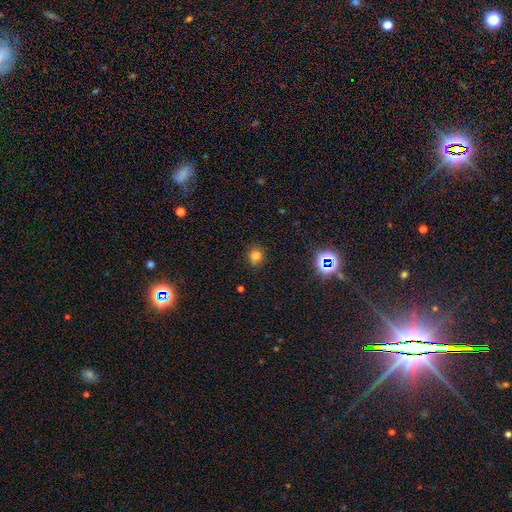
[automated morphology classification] smooth_or_featured: smooth (p=0.75) [alt: star or artifact p=0.18]
how_rounded: round (p=0.82) [alt: in between p=0.17]
merging: none (p=0.82) [alt: minor disturbance p=0.13]